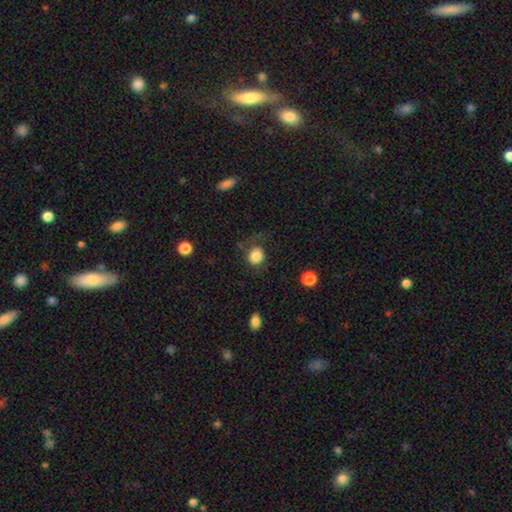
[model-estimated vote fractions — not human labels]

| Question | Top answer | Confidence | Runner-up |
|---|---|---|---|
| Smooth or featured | smooth | 84% | star or artifact (9%) |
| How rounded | round | 72% | in between (27%) |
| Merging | none | 67% | minor disturbance (18%) |